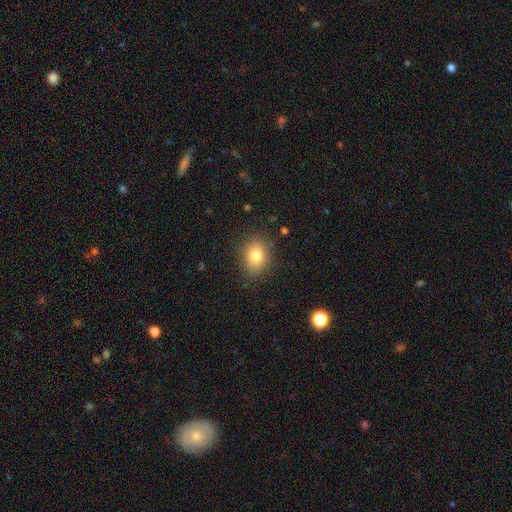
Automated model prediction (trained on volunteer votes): Q: Smooth or featured?
A: smooth (80%); runner-up: star or artifact (10%)
Q: How rounded?
A: in between (58%); runner-up: round (41%)
Q: Merging?
A: none (85%); runner-up: minor disturbance (11%)